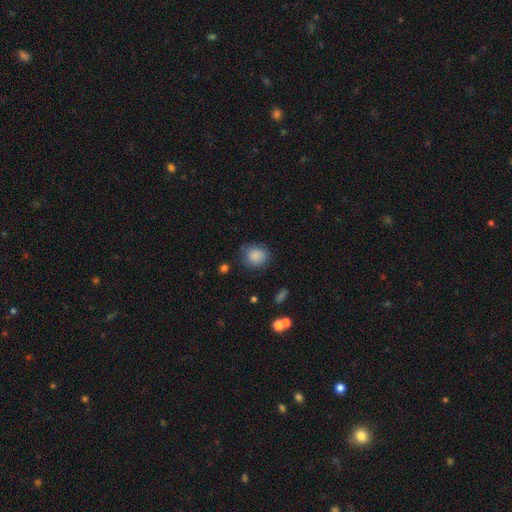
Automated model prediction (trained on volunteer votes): This appears to be a smooth galaxy with no disk features (86%) that is round (76%). Merging: none (77%).